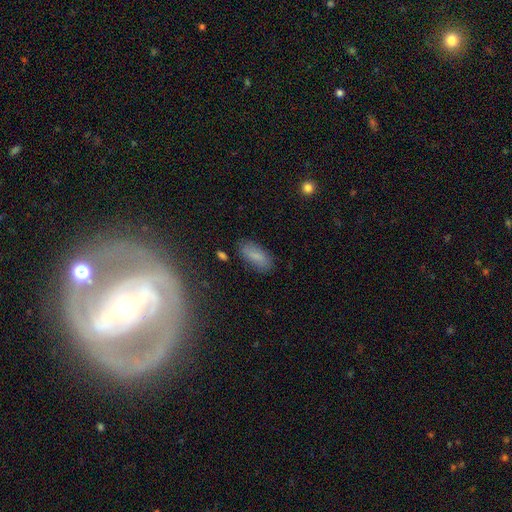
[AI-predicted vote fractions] Smooth or featured: smooth — 79% (featured or disk — 11%)
How rounded: in between — 83% (cigar-shaped — 14%)
Merging: none — 80% (minor disturbance — 14%)